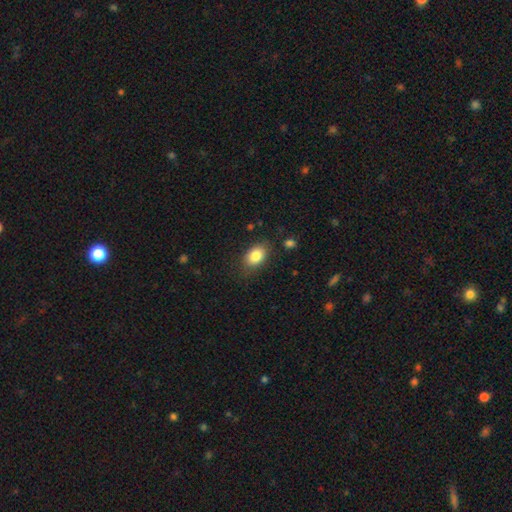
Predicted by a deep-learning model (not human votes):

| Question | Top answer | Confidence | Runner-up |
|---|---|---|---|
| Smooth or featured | smooth | 84% | star or artifact (8%) |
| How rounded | in between | 80% | round (18%) |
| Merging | none | 81% | minor disturbance (14%) |